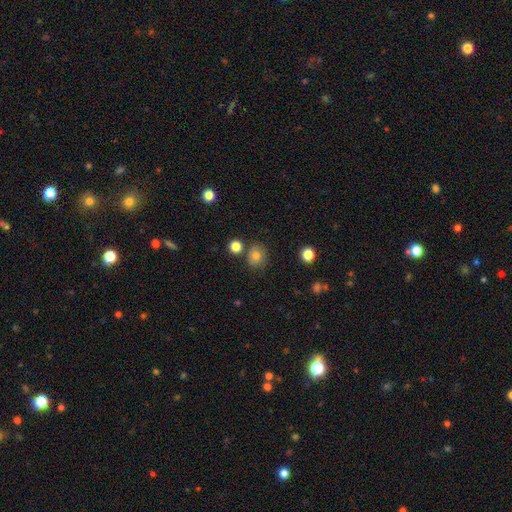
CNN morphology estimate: A smooth galaxy with no disk features (76%) that is round (72%). Merging: none (74%).